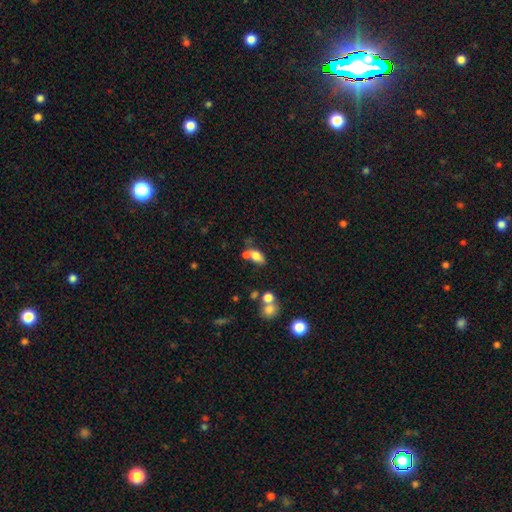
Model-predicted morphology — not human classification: Smooth or featured? Predicted: smooth (p=0.76). How rounded? Predicted: in between (p=0.87). Merging? Predicted: none (p=0.48).